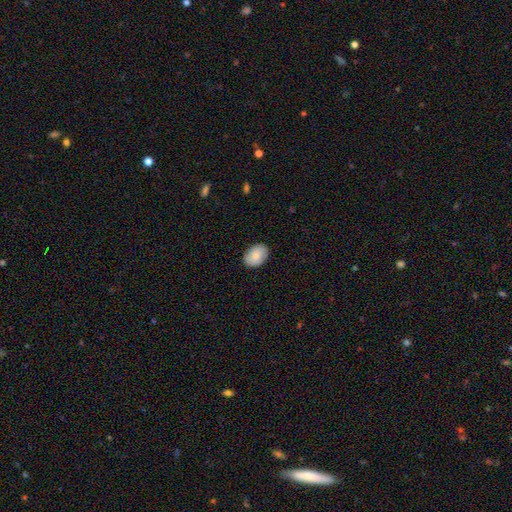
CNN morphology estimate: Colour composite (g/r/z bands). It shows a smooth galaxy with no disk features (83%) that is in between round and cigar-shaped (81%). Merging: none (86%).